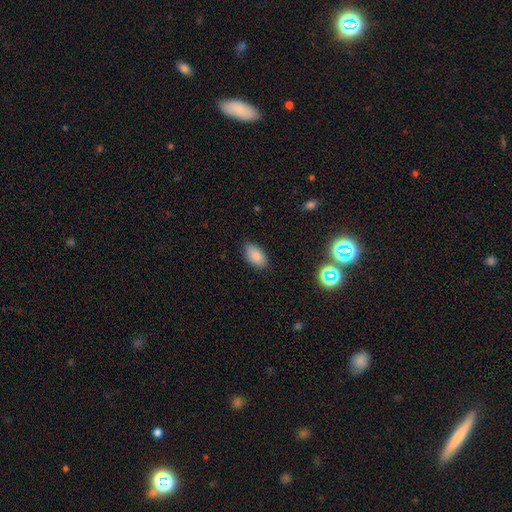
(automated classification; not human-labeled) smooth-or-featured: smooth: 85% | star or artifact: 9% | featured or disk: 6%
  how-rounded: in between: 93% | round: 4% | cigar-shaped: 3%
  merging: none: 85% | minor disturbance: 11% | major disturbance: 3% | merger: 1%